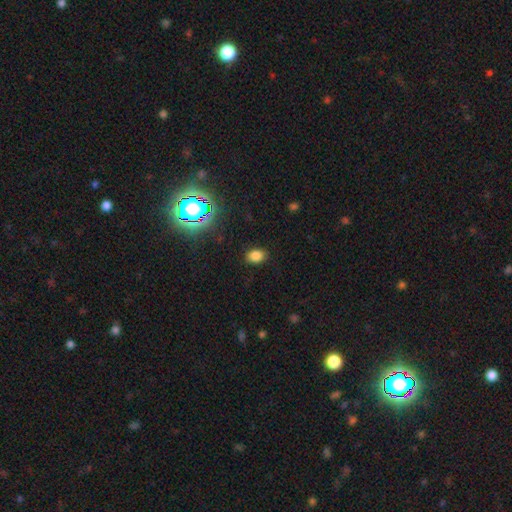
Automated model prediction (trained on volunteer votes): A smooth galaxy with no disk features (79%) that is in between round and cigar-shaped (74%).

Vote fractions:
- Smooth or featured? smooth: 79% / star or artifact: 16% / featured or disk: 5%
- How rounded? in between: 74% / round: 25% / cigar-shaped: 1%
- Merging? none: 87% / minor disturbance: 9% / major disturbance: 3% / merger: 1%